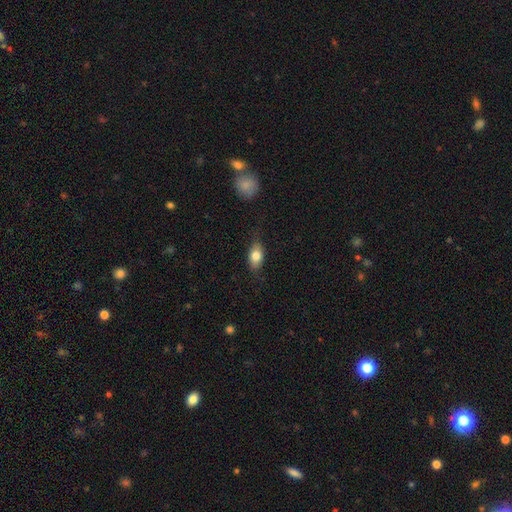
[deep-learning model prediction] Overall: smooth (77%). How rounded: in between (84%). Merging: none (74%).